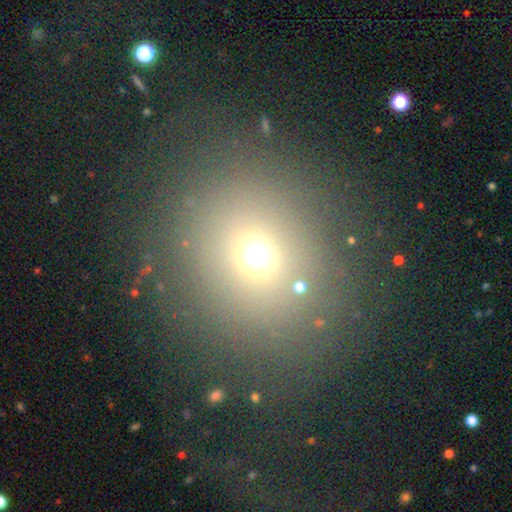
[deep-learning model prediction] A smooth galaxy with no disk features (63%) that is round (74%).

Vote fractions:
- Smooth or featured? smooth: 63% / star or artifact: 27% / featured or disk: 10%
- How rounded? round: 74% / in between: 25% / cigar-shaped: 2%
- Merging? none: 78% / minor disturbance: 10% / major disturbance: 6% / merger: 6%